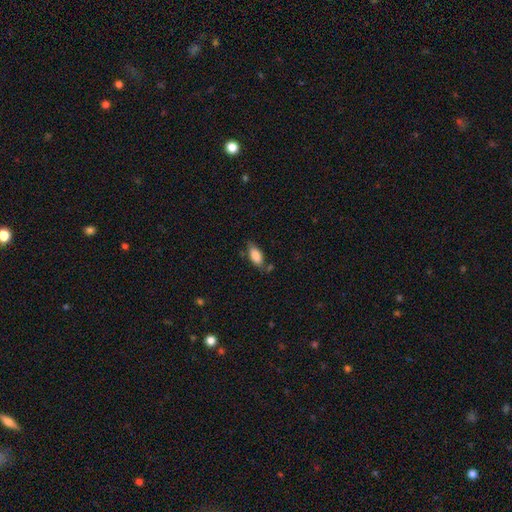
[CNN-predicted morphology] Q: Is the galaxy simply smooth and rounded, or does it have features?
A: smooth — 85%.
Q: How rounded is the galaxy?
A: in between — 87%.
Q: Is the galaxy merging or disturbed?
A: none — 66%.